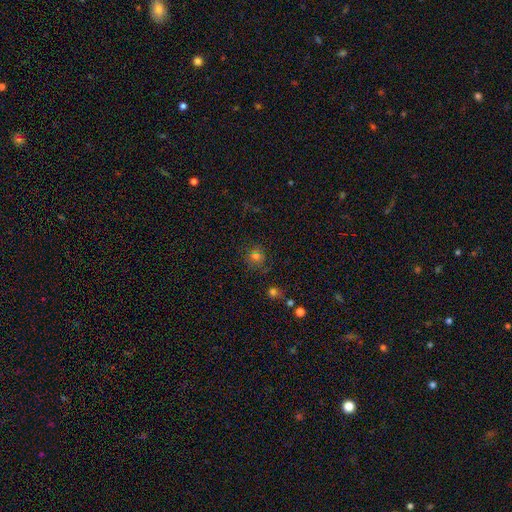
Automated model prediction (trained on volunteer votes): Morphology: type=smooth (71%); roundness=round (81%); merging=none (76%).